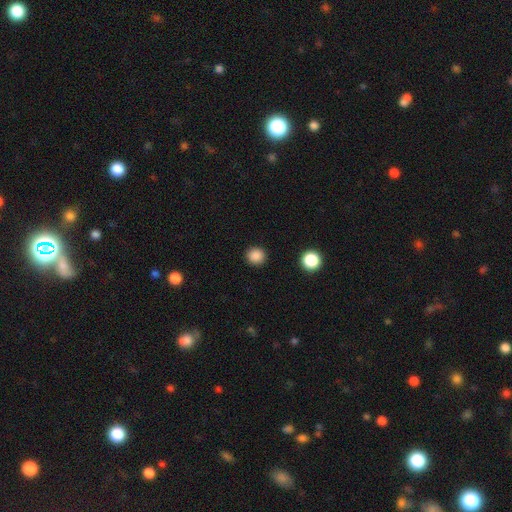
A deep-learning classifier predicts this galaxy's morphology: Overall: smooth (86%). How rounded: round (91%). Merging: none (91%).